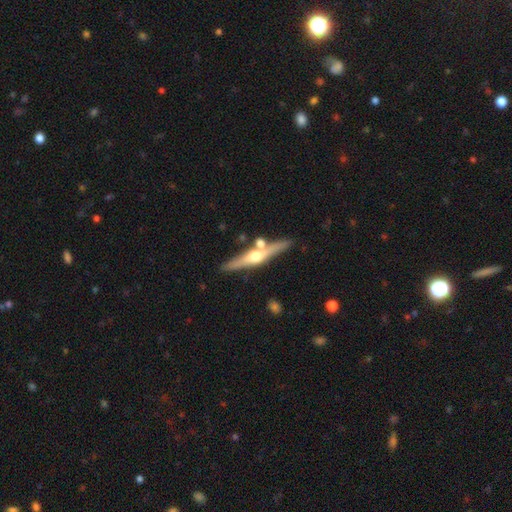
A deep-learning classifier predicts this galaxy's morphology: This appears to be a featured or disk galaxy (72%) viewed edge-on (96%) with a rounded central bulge (94%). Merging: none (77%).